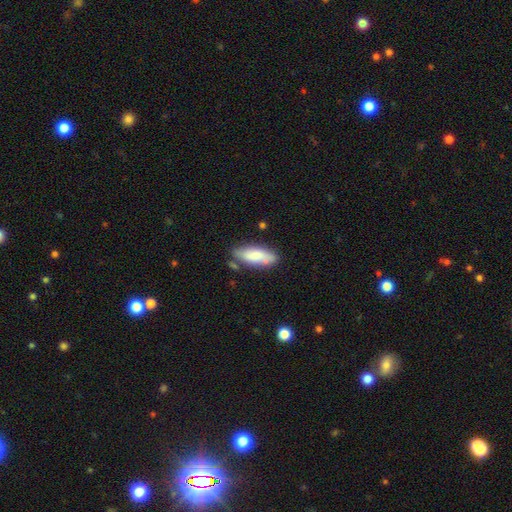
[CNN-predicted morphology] Smooth or featured?
  - smooth: 78% *
  - featured or disk: 16%
  - star or artifact: 6%
How rounded?
  - in between: 73% *
  - cigar-shaped: 25%
  - round: 2%
Merging?
  - none: 69% *
  - minor disturbance: 20%
  - merger: 7%
  - major disturbance: 4%